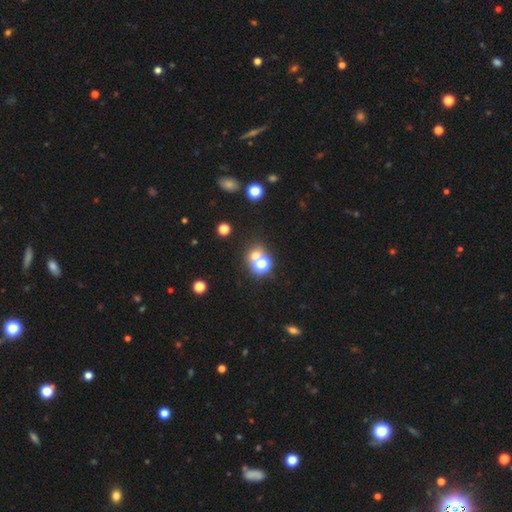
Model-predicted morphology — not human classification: Smooth or featured? Predicted: smooth (p=0.50). How rounded? Predicted: round (p=0.80). Merging? Predicted: none (p=0.60).